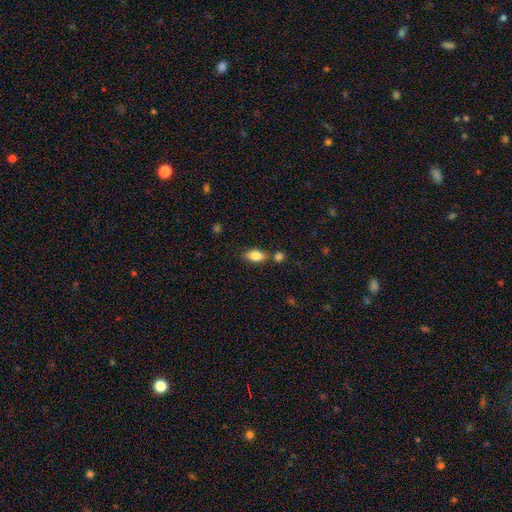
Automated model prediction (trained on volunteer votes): smooth_or_featured: smooth (p=0.81) [alt: featured or disk p=0.12]
how_rounded: in between (p=0.86) [alt: cigar-shaped p=0.09]
merging: none (p=0.66) [alt: merger p=0.18]